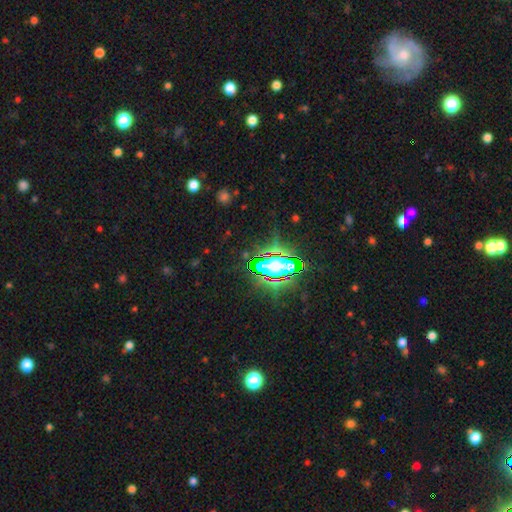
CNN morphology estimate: Smooth or featured?
  - star or artifact: 79% *
  - smooth: 11%
  - featured or disk: 9%